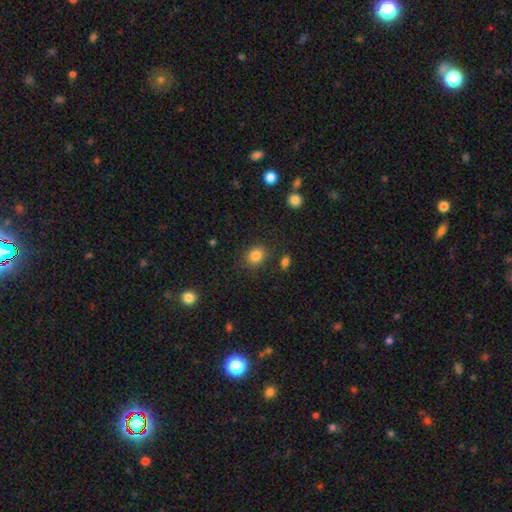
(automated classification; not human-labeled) A smooth galaxy with no disk features (84%) that is round (56%).

Vote fractions:
- Smooth or featured? smooth: 84% / star or artifact: 10% / featured or disk: 6%
- How rounded? round: 56% / in between: 43% / cigar-shaped: 1%
- Merging? none: 83% / minor disturbance: 10% / major disturbance: 3% / merger: 3%